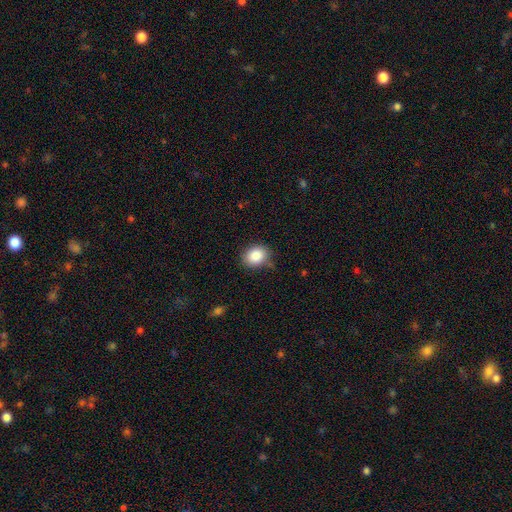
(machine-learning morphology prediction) Smooth or featured?
  - smooth: 86% *
  - star or artifact: 9%
  - featured or disk: 5%
How rounded?
  - round: 56% *
  - in between: 44%
  - cigar-shaped: 1%
Merging?
  - none: 75% *
  - minor disturbance: 19%
  - major disturbance: 4%
  - merger: 2%